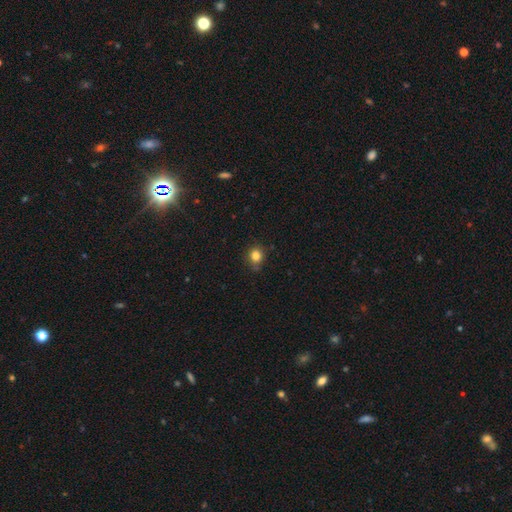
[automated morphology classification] This appears to be a smooth galaxy with no disk features (83%) that is round (79%). Merging: none (76%).